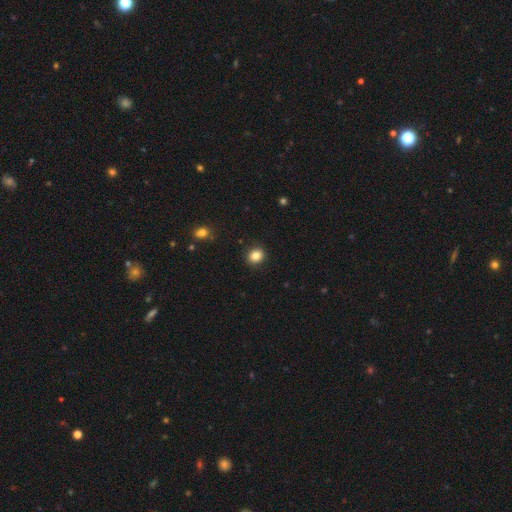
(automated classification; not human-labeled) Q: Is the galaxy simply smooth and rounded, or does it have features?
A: smooth — 85%.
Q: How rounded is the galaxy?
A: round — 80%.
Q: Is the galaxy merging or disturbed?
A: none — 91%.